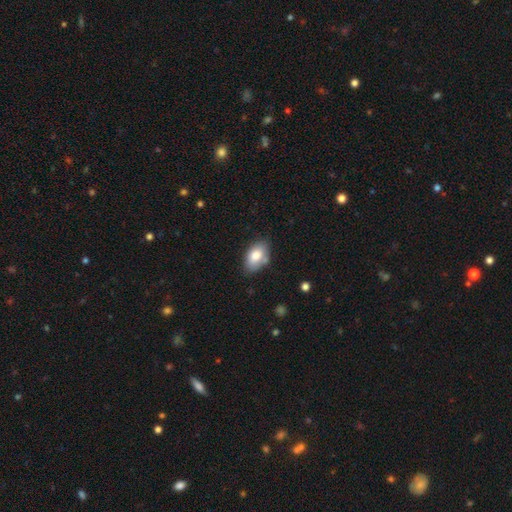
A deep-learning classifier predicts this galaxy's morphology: type=smooth (81%); roundness=in between (92%); merging=none (68%).